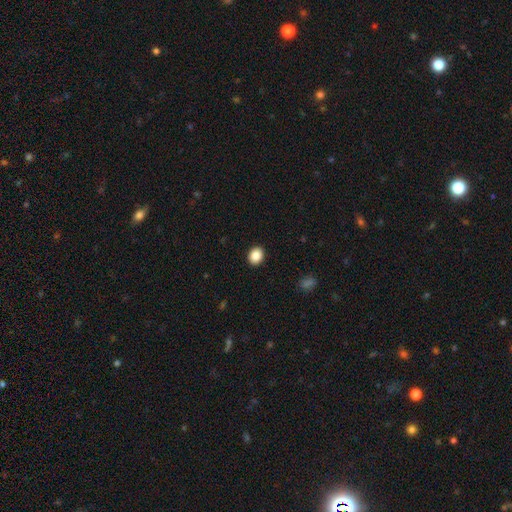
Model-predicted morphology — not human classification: smooth 88%, star or artifact 9%, featured or disk 3%. Down the decision tree: how rounded — round (57%); merging — none (92%).